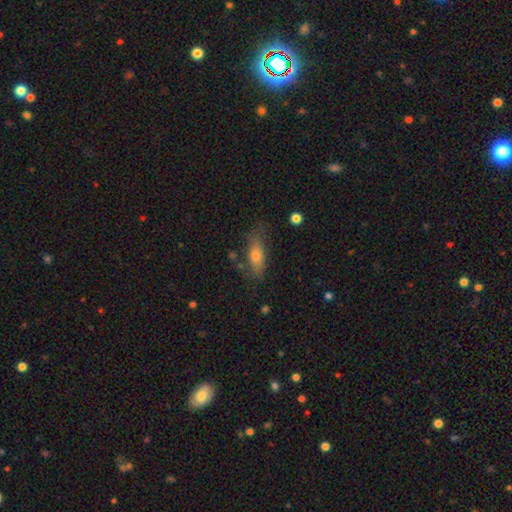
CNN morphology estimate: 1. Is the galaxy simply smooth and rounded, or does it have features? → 64% smooth, 28% featured or disk, 8% star or artifact.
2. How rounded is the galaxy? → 62% in between, 34% cigar-shaped, 4% round.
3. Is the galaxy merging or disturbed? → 69% none, 21% minor disturbance, 7% major disturbance, 4% merger.